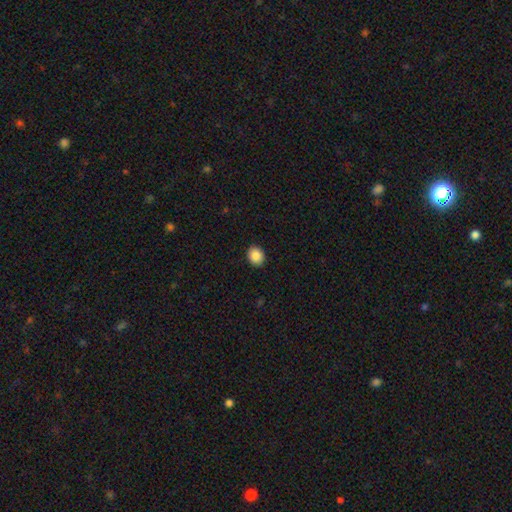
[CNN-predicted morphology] Smooth or featured? Predicted: smooth (p=0.87). How rounded? Predicted: round (p=0.60). Merging? Predicted: none (p=0.91).